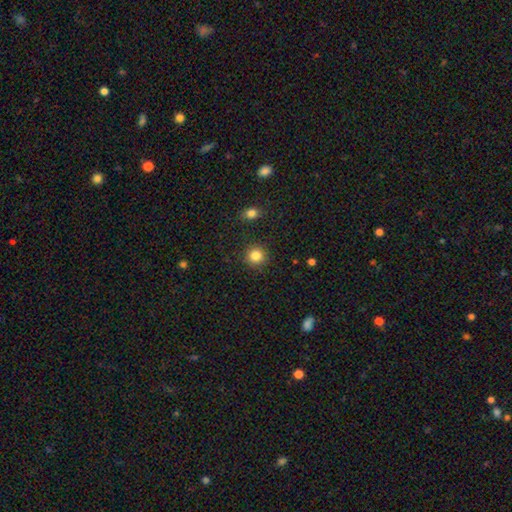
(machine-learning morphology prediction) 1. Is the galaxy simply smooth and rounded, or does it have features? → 84% smooth, 11% star or artifact, 5% featured or disk.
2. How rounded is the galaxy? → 92% round, 7% in between, 1% cigar-shaped.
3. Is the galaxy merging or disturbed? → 90% none, 6% minor disturbance, 2% major disturbance, 2% merger.